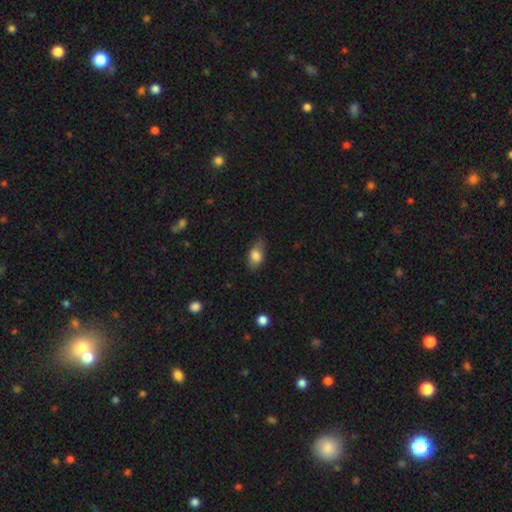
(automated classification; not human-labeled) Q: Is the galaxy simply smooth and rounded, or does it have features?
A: smooth — 79%.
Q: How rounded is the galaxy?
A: in between — 84%.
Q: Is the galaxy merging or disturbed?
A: none — 65%.